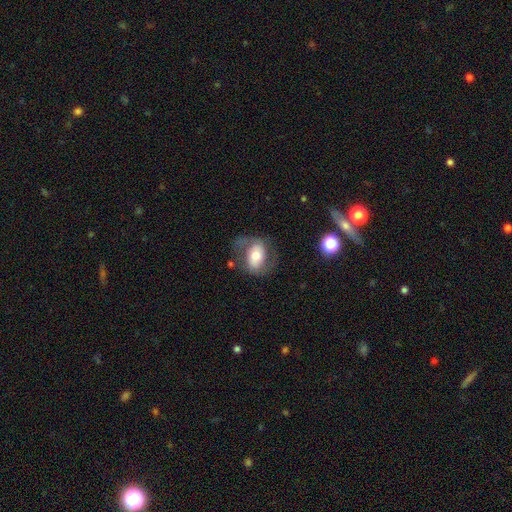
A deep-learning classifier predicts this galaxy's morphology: Smooth or featured: featured or disk — 47% (smooth — 45%)
Merging: none — 58% (minor disturbance — 21%)